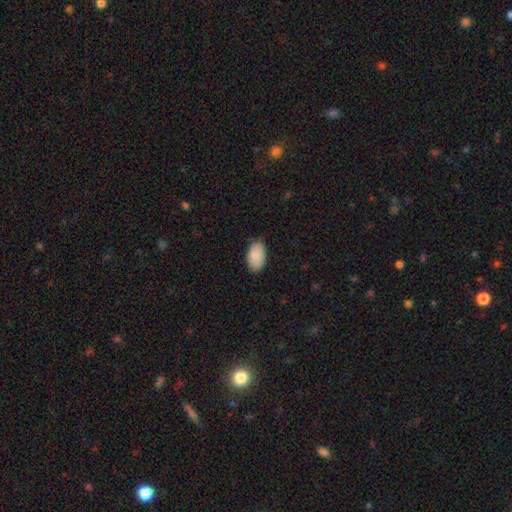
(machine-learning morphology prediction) A smooth galaxy with no disk features (86%) that is in between round and cigar-shaped (94%).

Vote fractions:
- Smooth or featured? smooth: 86% / featured or disk: 8% / star or artifact: 6%
- How rounded? in between: 94% / round: 5% / cigar-shaped: 1%
- Merging? none: 83% / minor disturbance: 13% / major disturbance: 2% / merger: 1%